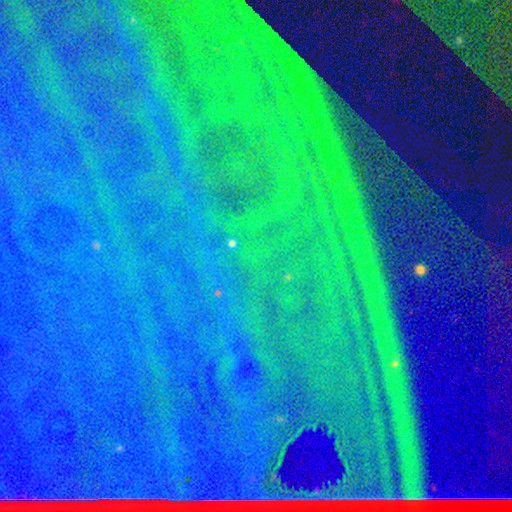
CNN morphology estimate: smooth_or_featured: star or artifact (p=0.87) [alt: featured or disk p=0.07]